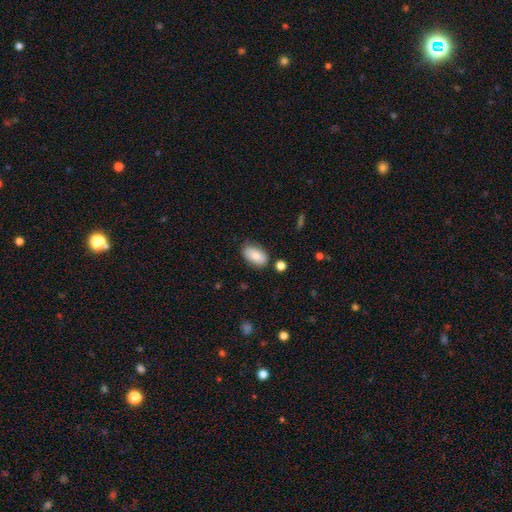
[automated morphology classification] This appears to be a smooth galaxy with no disk features (79%) that is in between round and cigar-shaped (93%). Merging: none (76%).